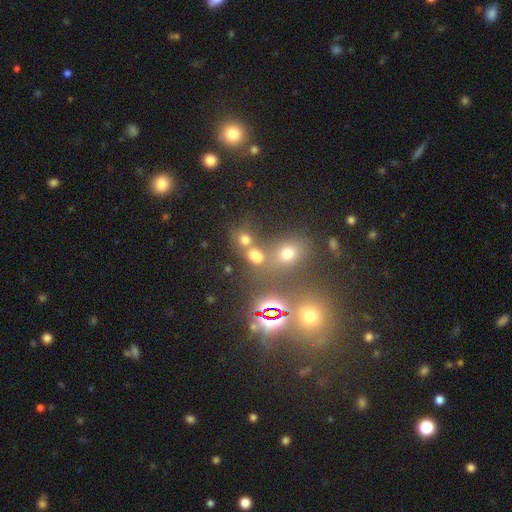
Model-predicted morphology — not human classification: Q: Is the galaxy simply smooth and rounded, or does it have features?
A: smooth — 60%.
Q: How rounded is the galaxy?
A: round — 59%.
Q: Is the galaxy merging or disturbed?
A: none — 50%.